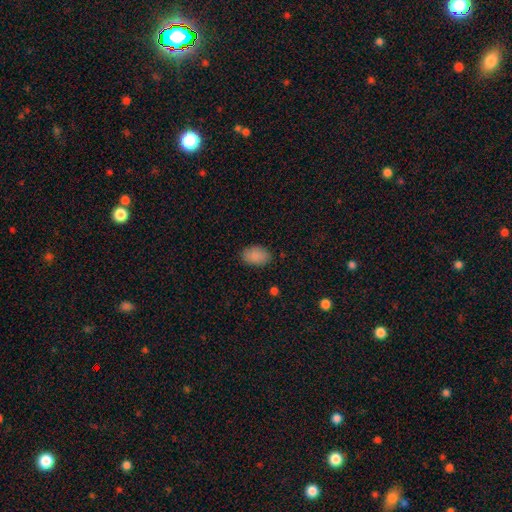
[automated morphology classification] Smooth or featured: smooth — 89% (star or artifact — 8%)
How rounded: in between — 89% (round — 10%)
Merging: none — 85% (minor disturbance — 11%)